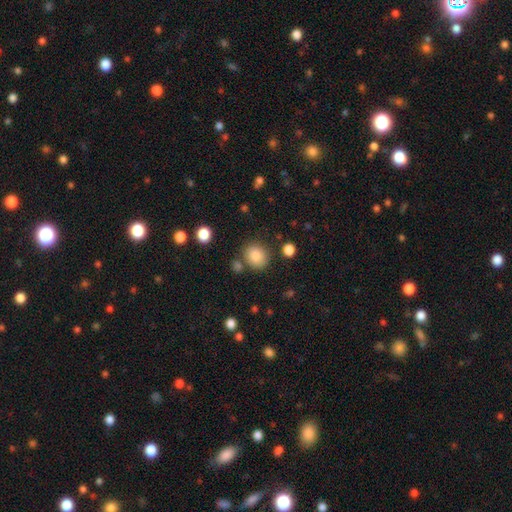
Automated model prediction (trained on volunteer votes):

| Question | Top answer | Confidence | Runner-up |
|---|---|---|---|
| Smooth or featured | smooth | 83% | star or artifact (10%) |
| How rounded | round | 79% | in between (20%) |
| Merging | none | 79% | minor disturbance (10%) |